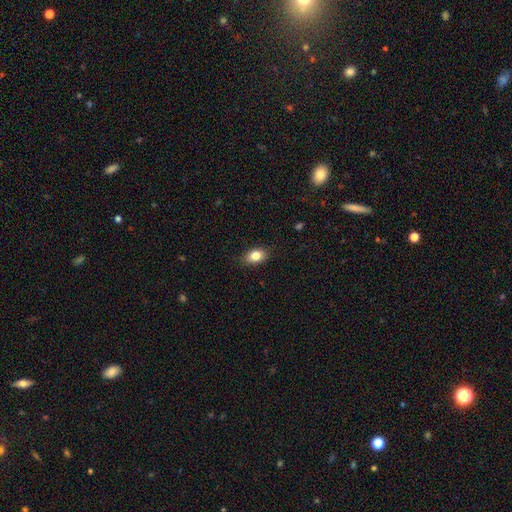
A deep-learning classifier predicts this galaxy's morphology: Smooth or featured: smooth — 82% (star or artifact — 9%)
How rounded: in between — 77% (round — 21%)
Merging: none — 82% (minor disturbance — 14%)